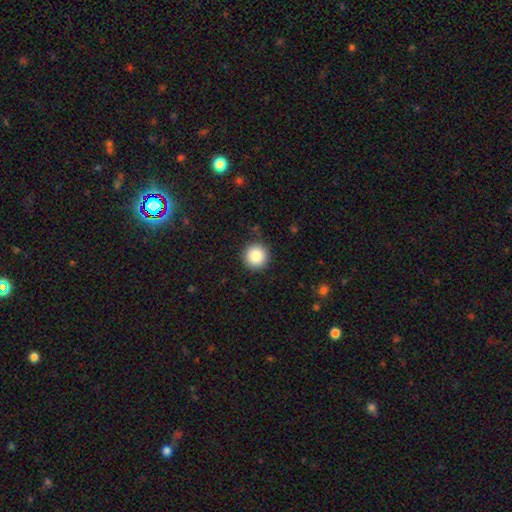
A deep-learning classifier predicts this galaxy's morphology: This appears to be a smooth galaxy with no disk features (86%) that is round (96%). Merging: none (90%).